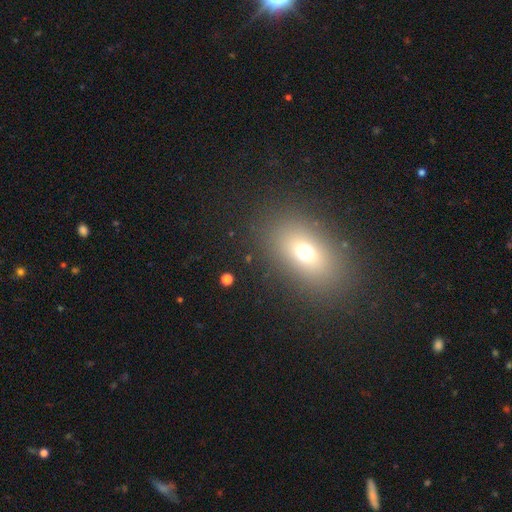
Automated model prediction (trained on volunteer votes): smooth_or_featured: smooth (p=0.66) [alt: star or artifact p=0.21]
how_rounded: in between (p=0.79) [alt: round p=0.18]
merging: none (p=0.89) [alt: minor disturbance p=0.07]